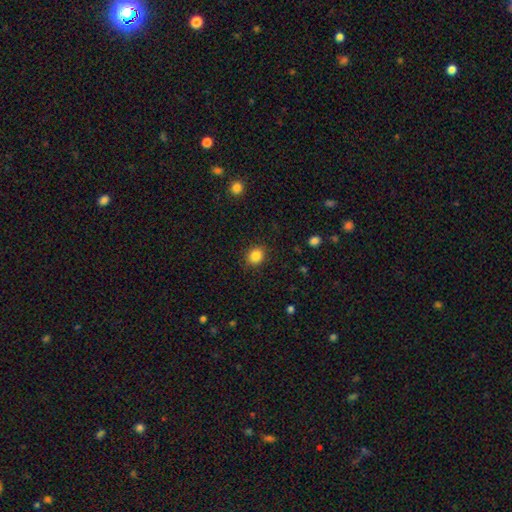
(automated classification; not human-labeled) Overall: smooth (85%). How rounded: round (70%). Merging: none (89%).